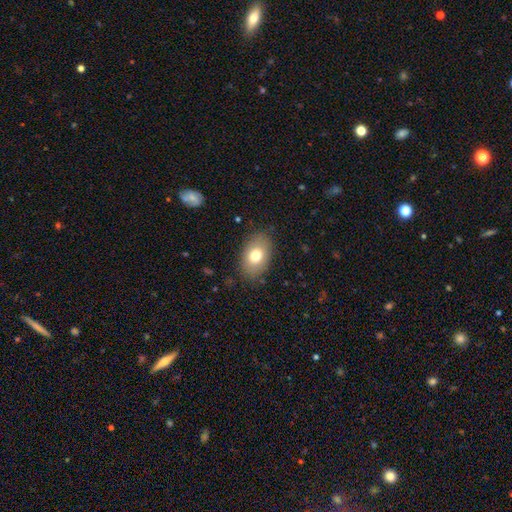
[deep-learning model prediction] Smooth or featured? smooth (75%)
How rounded? in between (87%)
Merging? none (84%)